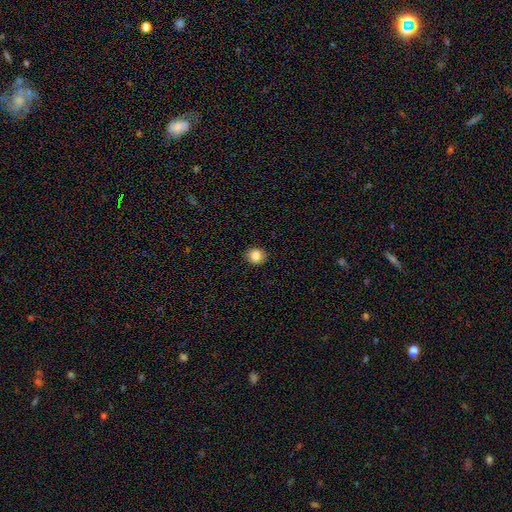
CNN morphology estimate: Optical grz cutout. It shows a smooth galaxy with no disk features (83%) that is round (78%). Merging: none (91%).